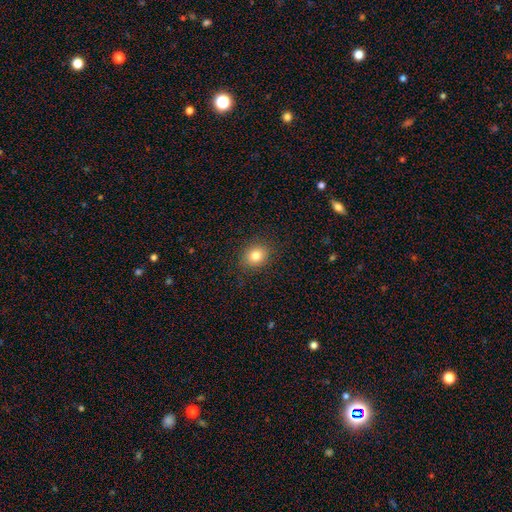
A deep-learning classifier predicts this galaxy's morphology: Overall: smooth (82%). How rounded: round (63%; in between 36%). Merging: none (87%).